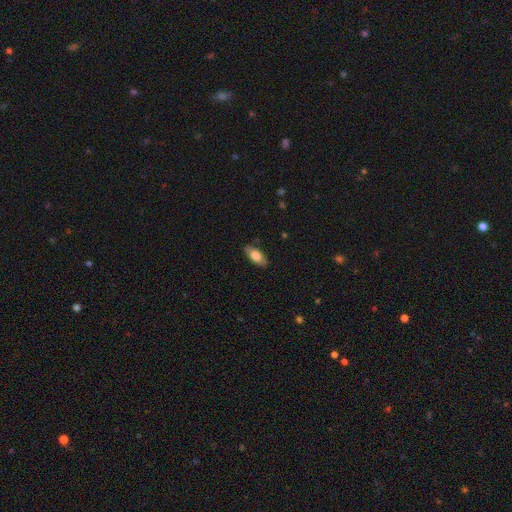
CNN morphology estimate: This is likely a smooth galaxy (73%). How rounded: clearly in between (89%). Merging: clearly none (85%).